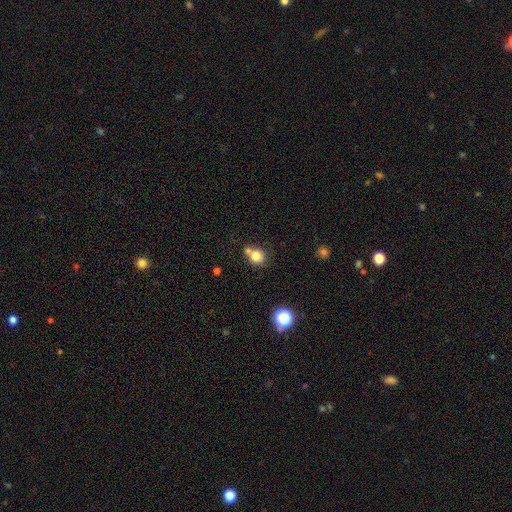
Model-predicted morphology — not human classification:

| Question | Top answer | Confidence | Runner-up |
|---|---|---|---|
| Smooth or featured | smooth | 79% | star or artifact (12%) |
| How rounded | round | 80% | in between (19%) |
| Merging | none | 54% | merger (30%) |